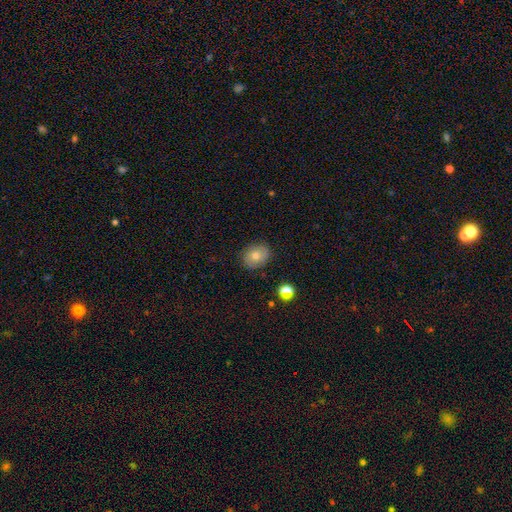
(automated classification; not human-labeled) Smooth or featured: smooth — 75% (featured or disk — 15%)
How rounded: round — 50% (in between — 49%)
Merging: none — 86% (minor disturbance — 10%)